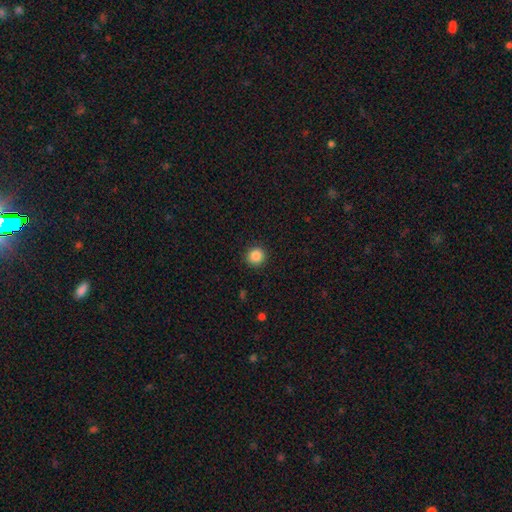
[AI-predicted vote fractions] Smooth or featured? smooth (87%)
How rounded? round (93%)
Merging? none (92%)